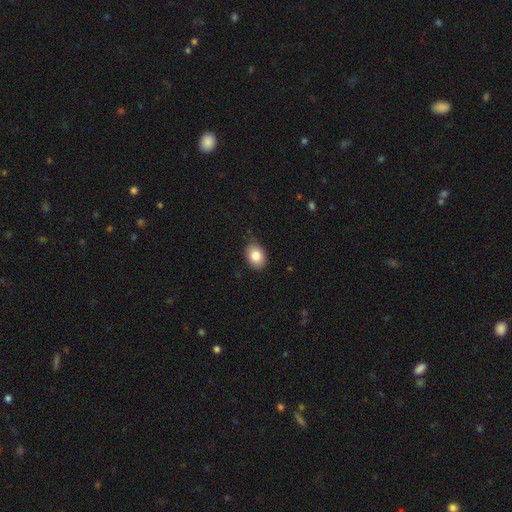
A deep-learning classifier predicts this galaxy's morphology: Smooth or featured? smooth (83%)
How rounded? in between (77%)
Merging? none (78%)